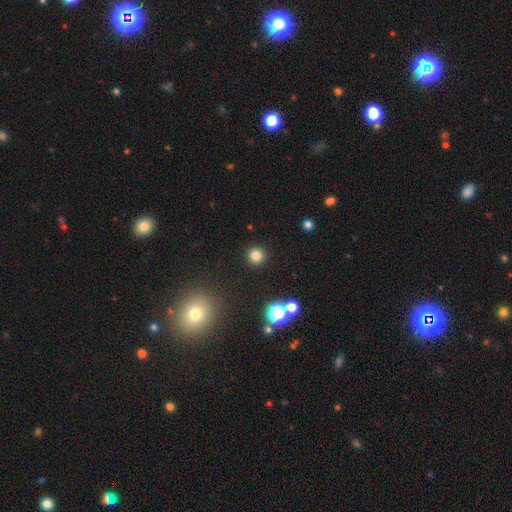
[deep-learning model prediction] This is clearly a smooth galaxy (80%). How rounded: clearly round (95%). Merging: clearly none (92%).